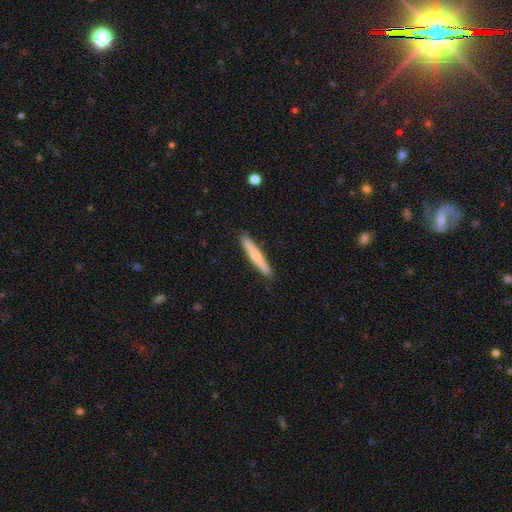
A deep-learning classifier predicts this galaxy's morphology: smooth-or-featured: smooth: 60% | featured or disk: 35% | star or artifact: 5%
  how-rounded: cigar-shaped: 95% | in between: 4% | round: 1%
  merging: none: 91% | minor disturbance: 7% | major disturbance: 1% | merger: 1%